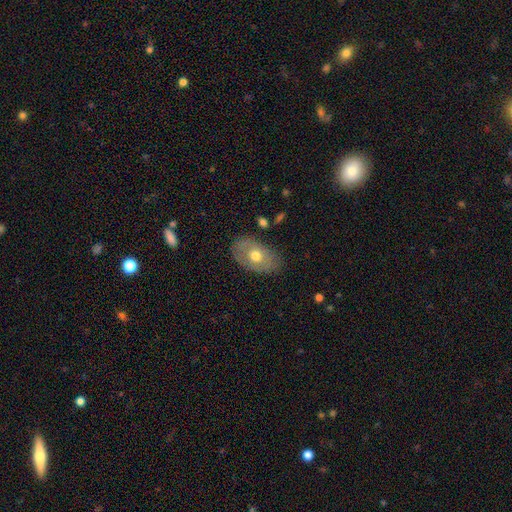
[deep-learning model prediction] A smooth galaxy with no disk features (55%) that is in between round and cigar-shaped (87%).

Vote fractions:
- Smooth or featured? smooth: 55% / featured or disk: 39% / star or artifact: 6%
- How rounded? in between: 87% / round: 11% / cigar-shaped: 1%
- Merging? none: 78% / minor disturbance: 16% / major disturbance: 5% / merger: 2%